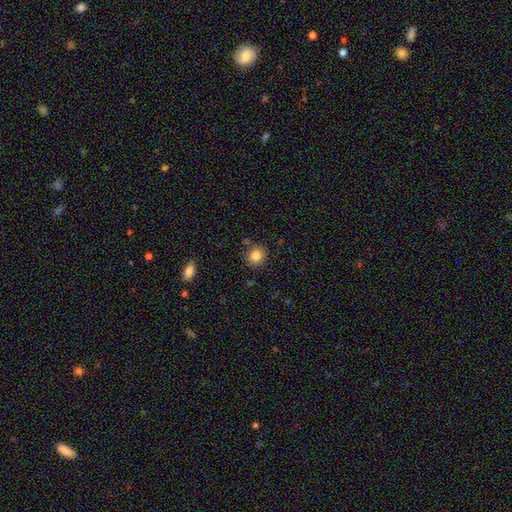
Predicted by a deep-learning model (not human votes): Smooth or featured? Predicted: smooth (p=0.84). How rounded? Predicted: round (p=0.87). Merging? Predicted: none (p=0.84).